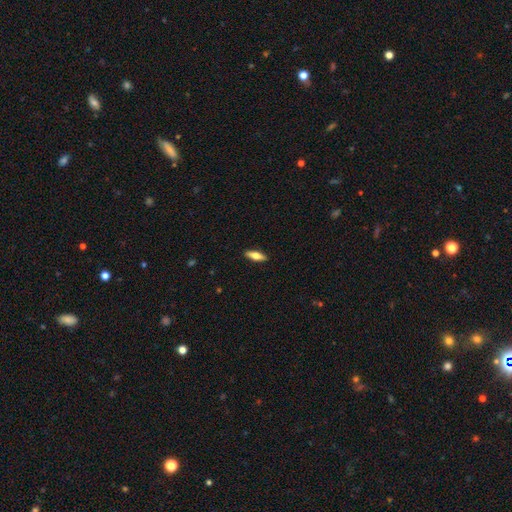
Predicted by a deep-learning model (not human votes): smooth_or_featured: smooth (p=0.63) [alt: featured or disk p=0.31]
how_rounded: in between (p=0.55) [alt: cigar-shaped p=0.43]
merging: none (p=0.90) [alt: minor disturbance p=0.07]